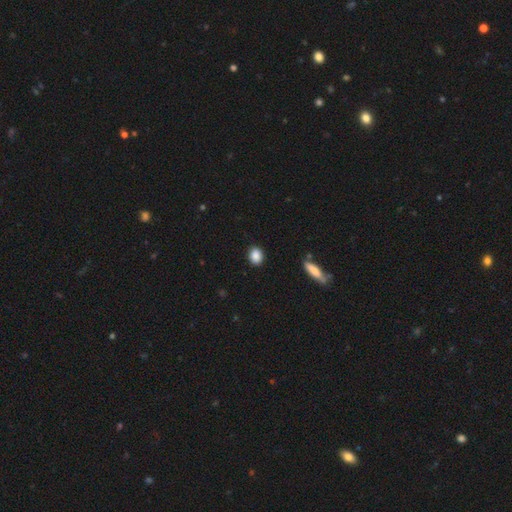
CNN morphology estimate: smooth_or_featured: smooth (p=0.88) [alt: star or artifact p=0.08]
how_rounded: in between (p=0.53) [alt: round p=0.45]
merging: none (p=0.88) [alt: minor disturbance p=0.09]